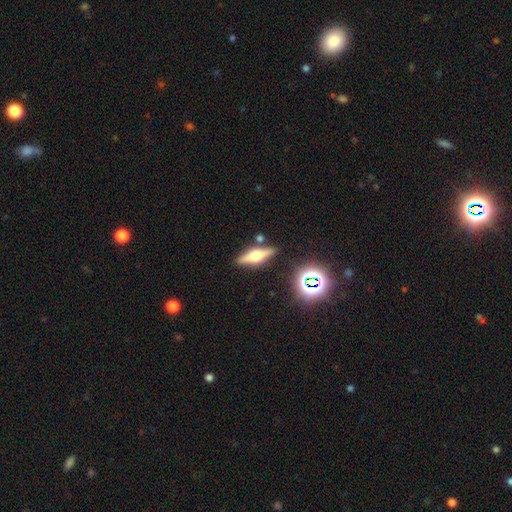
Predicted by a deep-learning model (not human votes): Smooth or featured? Predicted: featured or disk (p=0.63). Edge-on disk? Predicted: yes (p=0.95). Edge-on bulge? Predicted: rounded (p=0.92). Merging? Predicted: none (p=0.84).